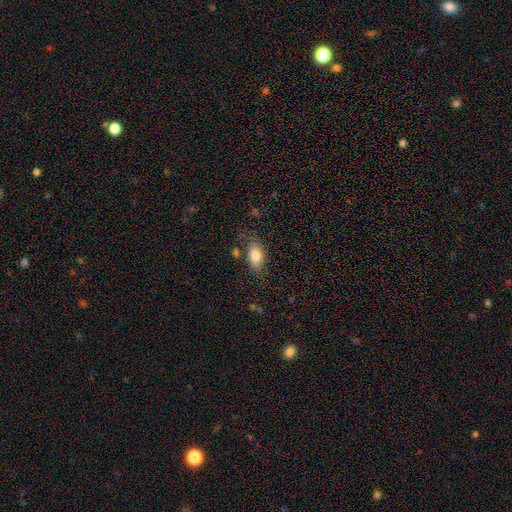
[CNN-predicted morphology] Smooth or featured? Predicted: smooth (p=0.80). How rounded? Predicted: in between (p=0.88). Merging? Predicted: none (p=0.73).